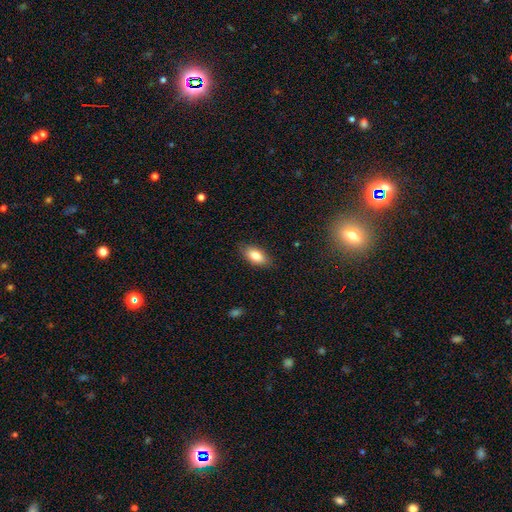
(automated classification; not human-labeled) Smooth or featured: smooth — 81% (featured or disk — 12%)
How rounded: in between — 90% (cigar-shaped — 6%)
Merging: none — 85% (minor disturbance — 12%)